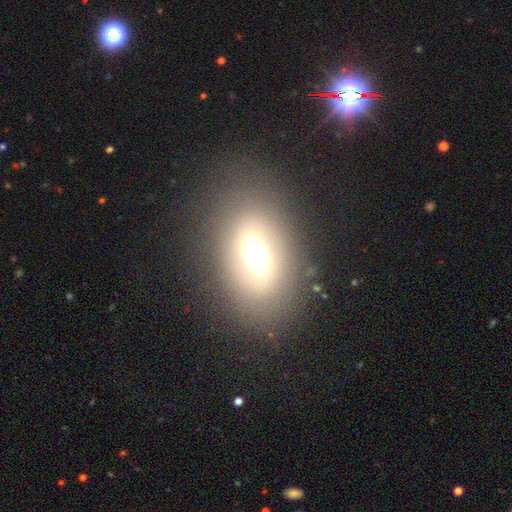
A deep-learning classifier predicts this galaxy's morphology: A smooth galaxy with no disk features (47%). Merging: none (77%).